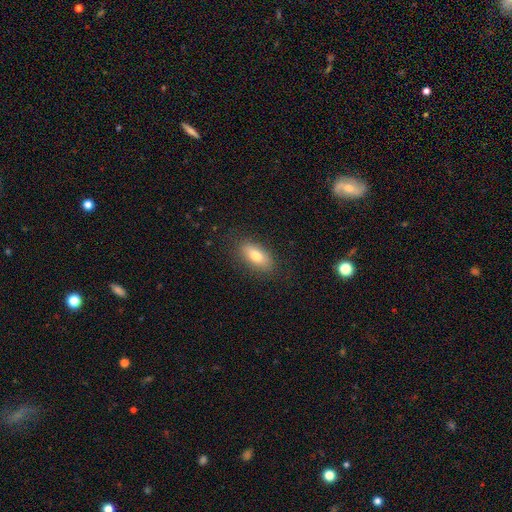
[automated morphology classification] smooth-or-featured: smooth: 77% | featured or disk: 15% | star or artifact: 8%
  how-rounded: in between: 87% | cigar-shaped: 9% | round: 5%
  merging: none: 84% | minor disturbance: 11% | major disturbance: 3% | merger: 1%